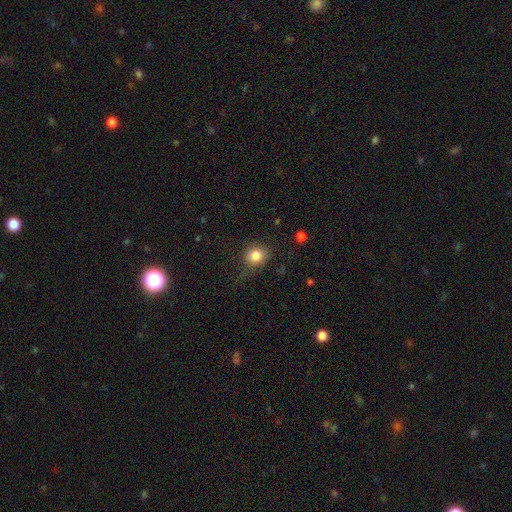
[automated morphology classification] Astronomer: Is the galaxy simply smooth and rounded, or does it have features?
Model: smooth — 83%.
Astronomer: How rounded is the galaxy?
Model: round — 75%.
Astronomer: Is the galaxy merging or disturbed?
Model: none — 71%.